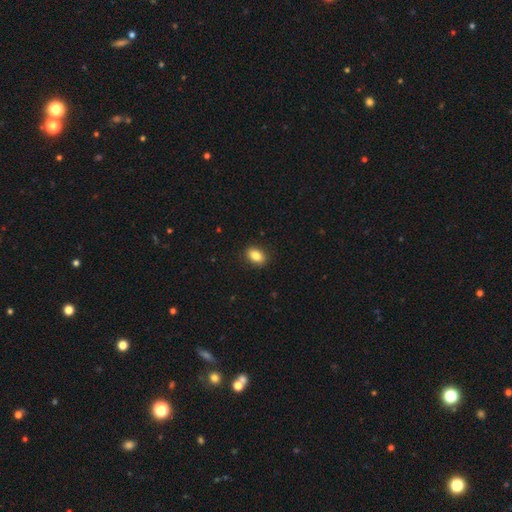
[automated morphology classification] Smooth or featured? Predicted: smooth (p=0.85). How rounded? Predicted: in between (p=0.82). Merging? Predicted: none (p=0.89).